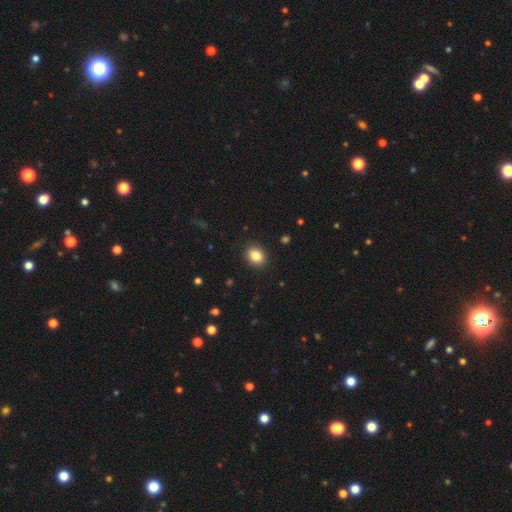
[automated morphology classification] type=smooth (85%); roundness=in between (52%); merging=none (90%).